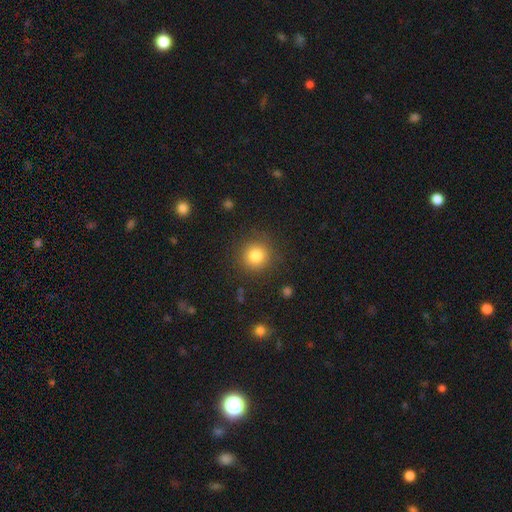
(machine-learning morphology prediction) smooth 82%, star or artifact 11%, featured or disk 7%. Down the decision tree: how rounded — round (93%); merging — none (87%).